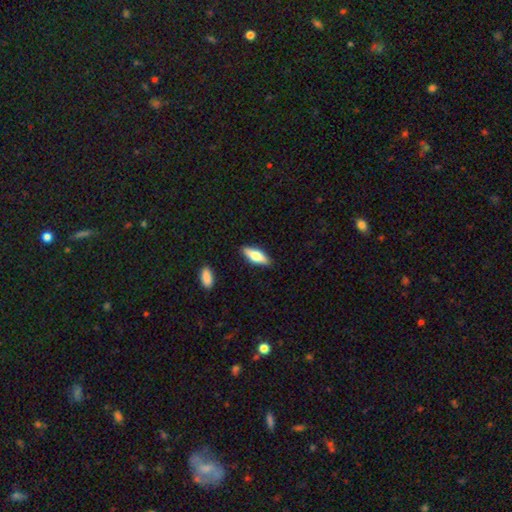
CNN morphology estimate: Smooth or featured? smooth (60%)
How rounded? in between (60%)
Merging? none (87%)